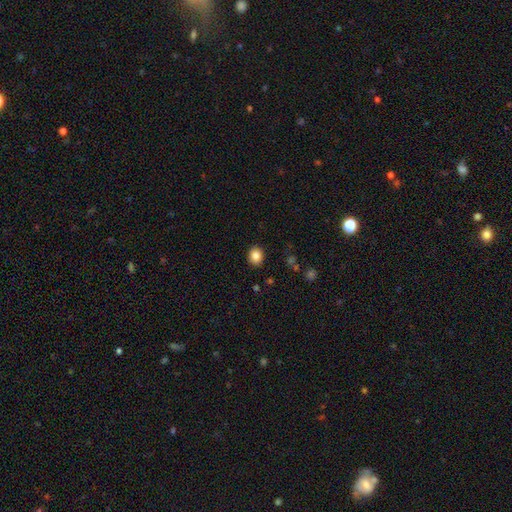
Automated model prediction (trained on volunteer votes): This appears to be a smooth galaxy with no disk features (85%) that is round (61%). Merging: none (89%).